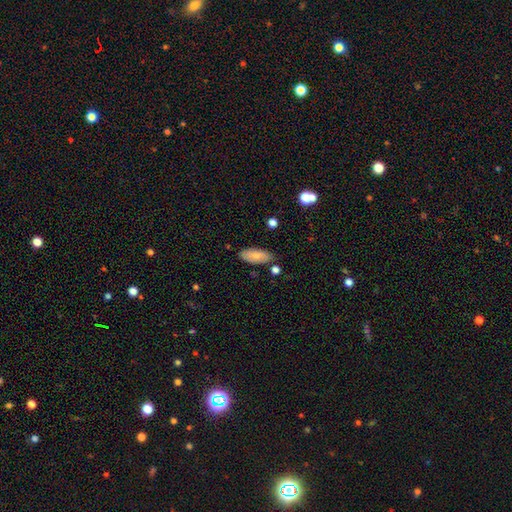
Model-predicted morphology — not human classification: A smooth galaxy with no disk features (81%) that is in between round and cigar-shaped (84%). Merging: none (81%).